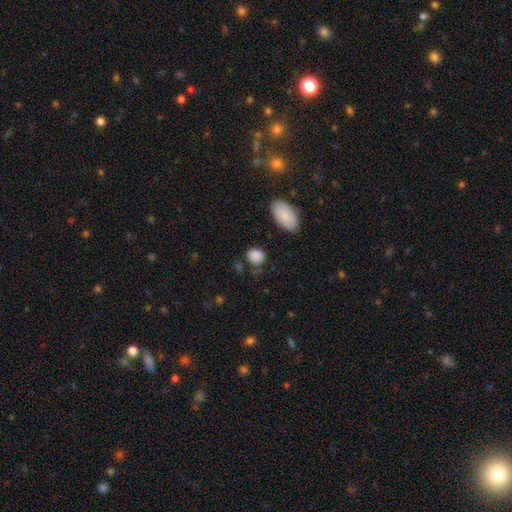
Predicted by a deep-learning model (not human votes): Q: Smooth or featured?
A: smooth (86%); runner-up: star or artifact (10%)
Q: How rounded?
A: round (75%); runner-up: in between (24%)
Q: Merging?
A: none (77%); runner-up: minor disturbance (14%)